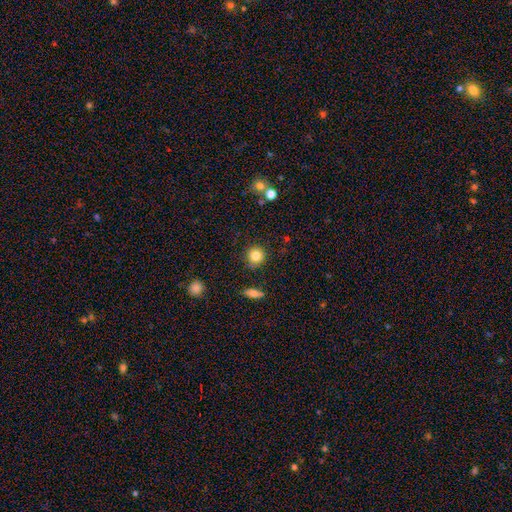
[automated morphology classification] A smooth galaxy with no disk features (83%) that is round (92%).

Vote fractions:
- Smooth or featured? smooth: 83% / star or artifact: 10% / featured or disk: 6%
- How rounded? round: 92% / in between: 7% / cigar-shaped: 1%
- Merging? none: 87% / minor disturbance: 8% / merger: 3% / major disturbance: 2%